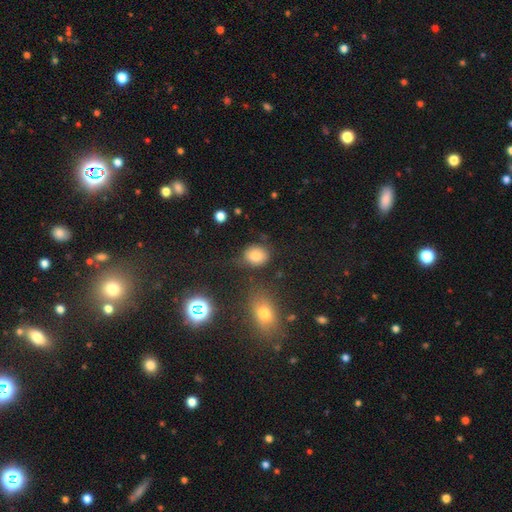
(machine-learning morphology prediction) This is likely a smooth galaxy (80%). How rounded: possibly round (56%). Merging: likely none (74%).